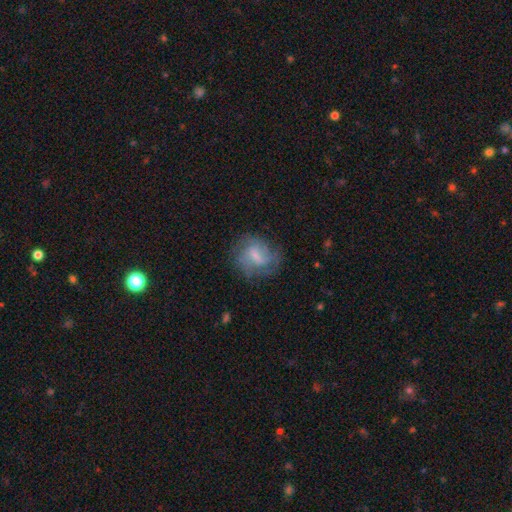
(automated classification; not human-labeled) smooth-or-featured: featured or disk: 59% | smooth: 32% | star or artifact: 8%
  disk-edge-on: no: 97% | yes: 3%
    bar: weak: 56% | no: 28% | strong: 16%
    has-spiral-arms: yes: 80% | no: 20%
    bulge-size: small: 49% | moderate: 30% | none: 17% | large: 3% | dominant: 1%
  merging: none: 61% | minor disturbance: 22% | major disturbance: 15% | merger: 2%